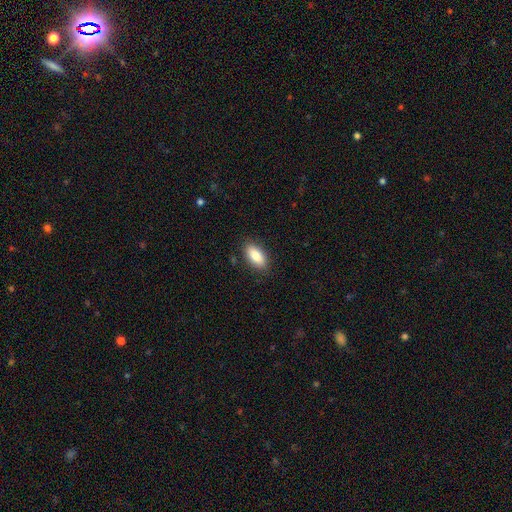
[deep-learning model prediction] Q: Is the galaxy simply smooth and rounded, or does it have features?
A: smooth — 85%.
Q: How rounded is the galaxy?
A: in between — 90%.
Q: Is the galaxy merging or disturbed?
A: none — 87%.